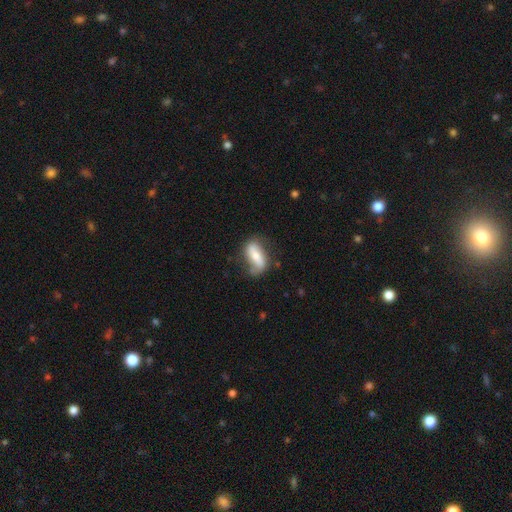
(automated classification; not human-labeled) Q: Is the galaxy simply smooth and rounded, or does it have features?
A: smooth — 48%.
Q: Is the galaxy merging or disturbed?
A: none — 59%.